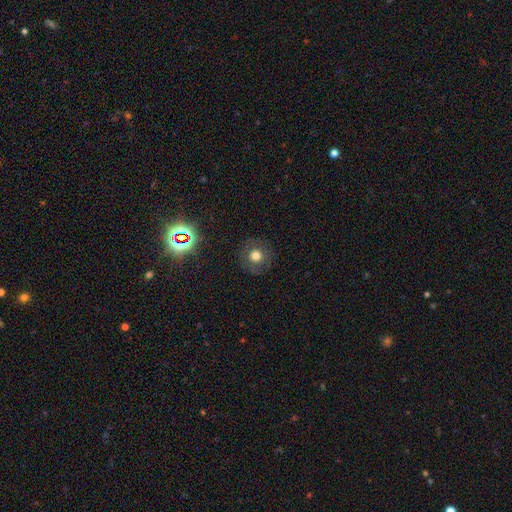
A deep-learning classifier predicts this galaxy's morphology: Smooth or featured? smooth (68%)
How rounded? round (93%)
Merging? none (87%)